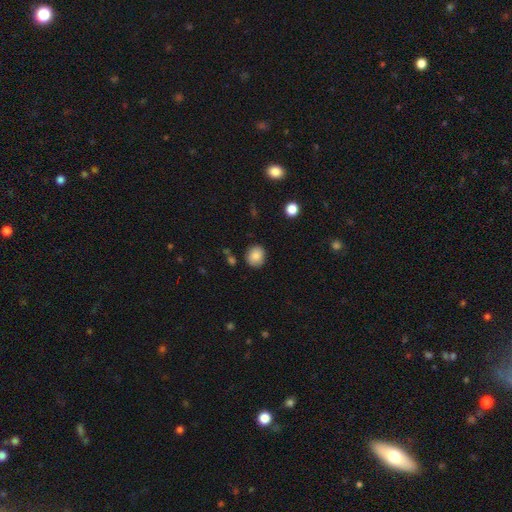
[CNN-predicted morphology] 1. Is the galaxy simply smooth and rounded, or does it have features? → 86% smooth, 9% star or artifact, 5% featured or disk.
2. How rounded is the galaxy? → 77% round, 22% in between, 1% cigar-shaped.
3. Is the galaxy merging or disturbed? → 85% none, 11% minor disturbance, 3% major disturbance, 2% merger.